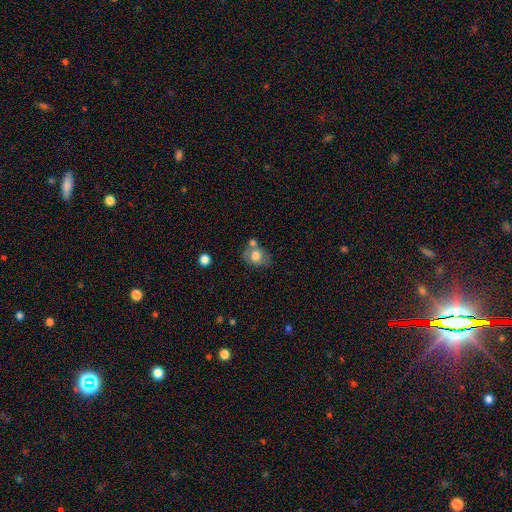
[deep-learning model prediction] The model was most divided on "how rounded": in between: 52%, round: 46%, cigar-shaped: 1%. Remaining: smooth or featured — smooth (68%); merging — none (44%).